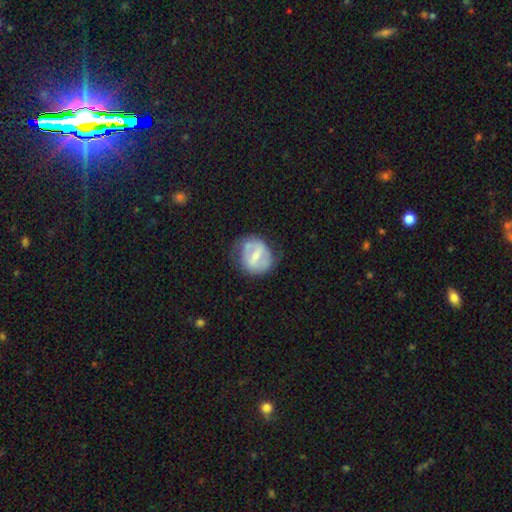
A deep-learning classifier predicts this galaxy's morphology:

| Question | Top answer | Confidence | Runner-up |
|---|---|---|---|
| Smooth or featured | featured or disk | 61% | smooth (33%) |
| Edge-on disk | no | 95% | yes (5%) |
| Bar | strong | 50% | weak (37%) |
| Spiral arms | no | 57% | yes (43%) |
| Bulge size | small | 50% | moderate (43%) |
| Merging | none | 60% | minor disturbance (25%) |